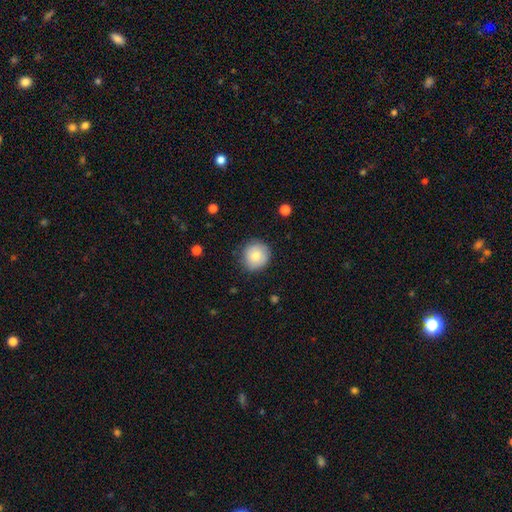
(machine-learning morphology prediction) Q: Smooth or featured?
A: smooth (79%); runner-up: featured or disk (13%)
Q: How rounded?
A: round (92%); runner-up: in between (7%)
Q: Merging?
A: none (83%); runner-up: minor disturbance (13%)